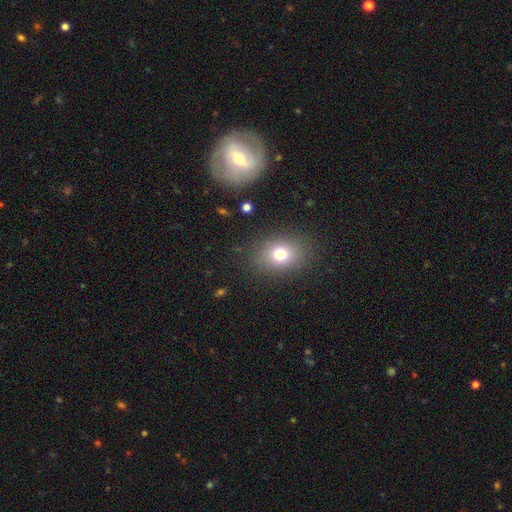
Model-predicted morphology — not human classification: Smooth or featured: smooth — 59% (star or artifact — 21%)
How rounded: round — 51% (in between — 47%)
Merging: none — 83% (minor disturbance — 10%)